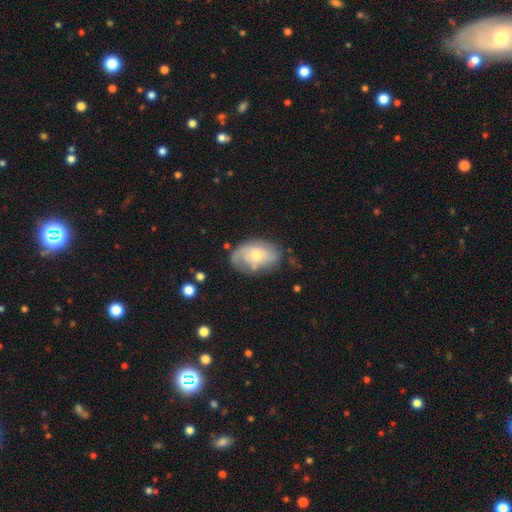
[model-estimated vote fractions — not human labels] Smooth or featured? featured or disk (56%)
Edge-on disk? no (95%)
Bar? no (77%)
Spiral arms? yes (70%)
Bulge size? small (48%)
Merging? none (58%)